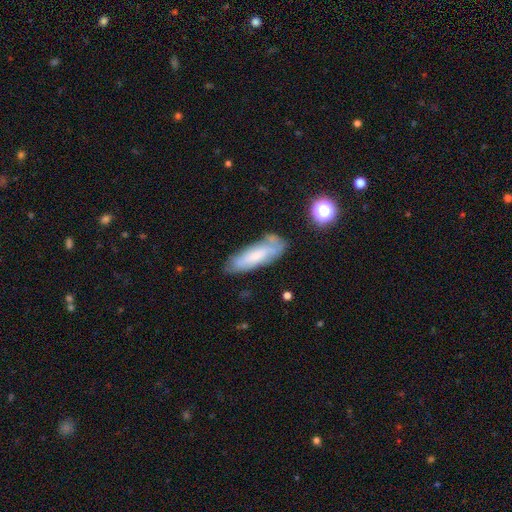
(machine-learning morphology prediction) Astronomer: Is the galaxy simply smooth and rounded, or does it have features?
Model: smooth — 53% (runner-up: featured or disk, 38%).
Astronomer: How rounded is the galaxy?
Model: in between — 55% (runner-up: cigar-shaped, 43%).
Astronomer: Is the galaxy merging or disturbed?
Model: none — 64%.